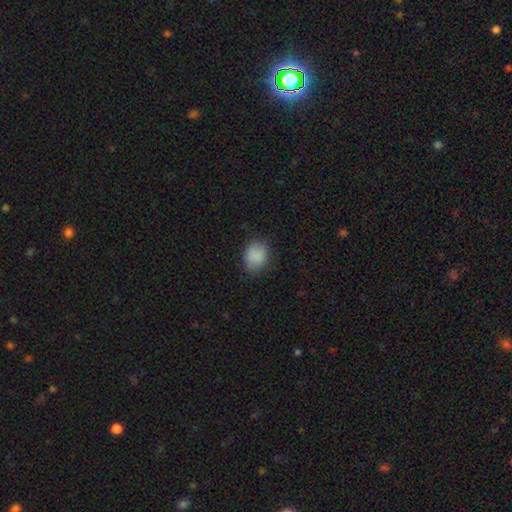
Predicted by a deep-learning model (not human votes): Smooth or featured? smooth (87%)
How rounded? in between (50%)
Merging? none (78%)